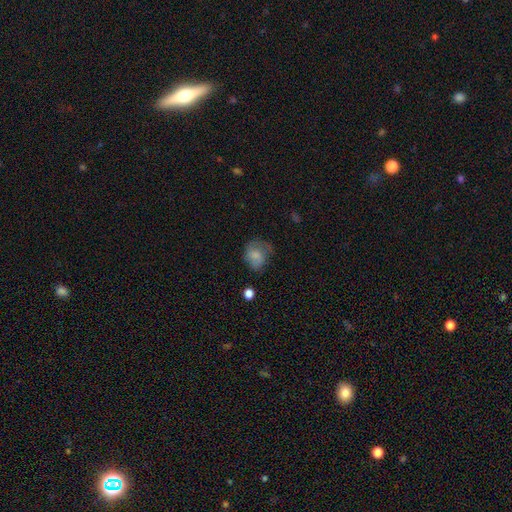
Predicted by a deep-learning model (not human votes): Q: Smooth or featured?
A: smooth (70%); runner-up: featured or disk (20%)
Q: How rounded?
A: round (61%); runner-up: in between (38%)
Q: Merging?
A: none (45%); runner-up: minor disturbance (31%)